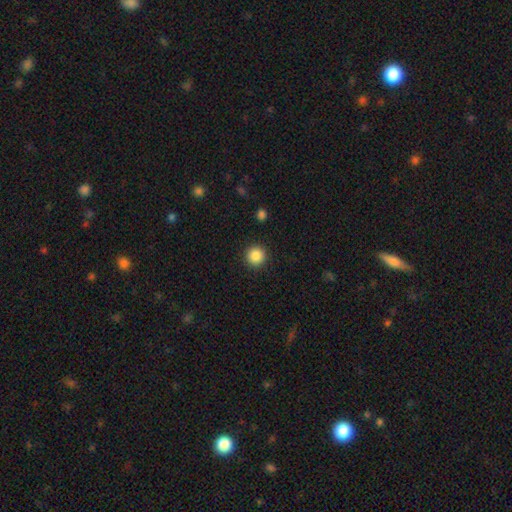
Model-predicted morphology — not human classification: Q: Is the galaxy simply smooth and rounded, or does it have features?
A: smooth — 87%.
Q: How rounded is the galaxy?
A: round — 96%.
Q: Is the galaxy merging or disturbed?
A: none — 92%.